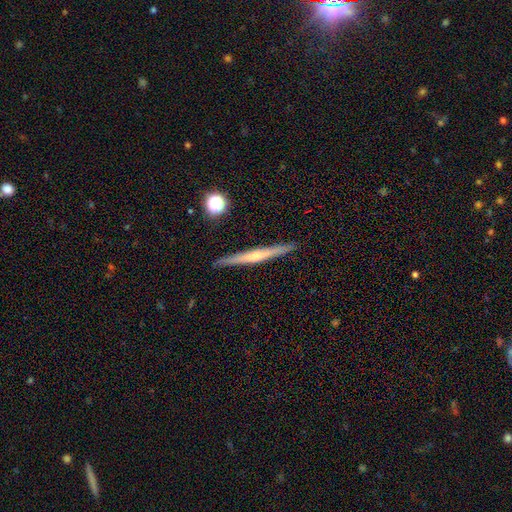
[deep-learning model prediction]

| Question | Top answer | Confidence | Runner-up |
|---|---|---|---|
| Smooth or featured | featured or disk | 64% | smooth (29%) |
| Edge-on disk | yes | 98% | no (2%) |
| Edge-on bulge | rounded | 59% | none (35%) |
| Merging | none | 91% | minor disturbance (6%) |